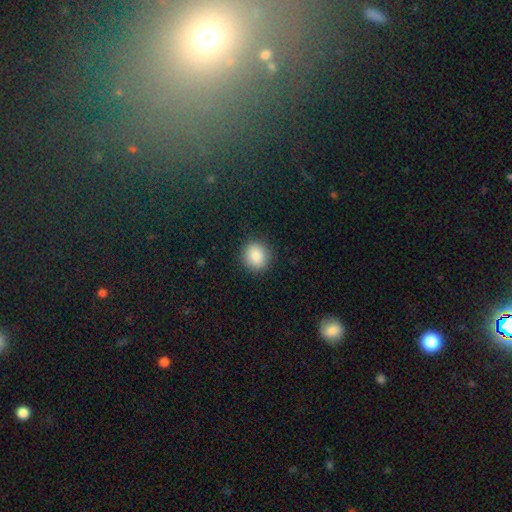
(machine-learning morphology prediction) This is clearly a smooth galaxy (88%). How rounded: clearly round (82%). Merging: clearly none (89%).